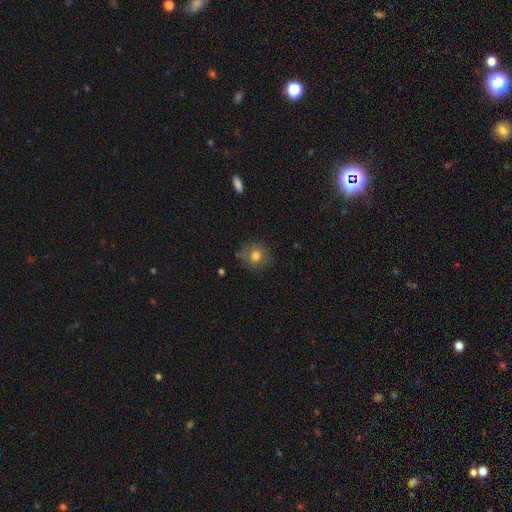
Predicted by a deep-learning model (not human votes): Overall: smooth (76%). How rounded: round (86%). Merging: none (81%).